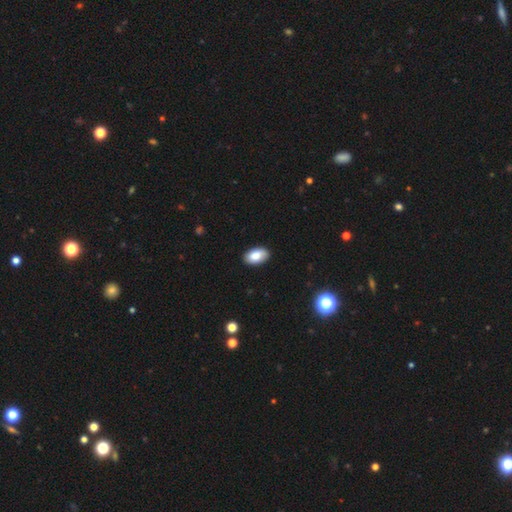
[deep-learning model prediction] Smooth or featured: smooth — 86% (featured or disk — 8%)
How rounded: in between — 95% (round — 4%)
Merging: none — 88% (minor disturbance — 10%)